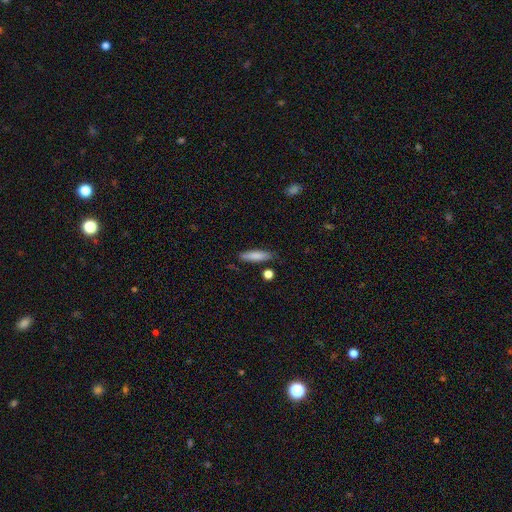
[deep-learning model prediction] smooth 83%, featured or disk 11%, star or artifact 7%. Down the decision tree: how rounded — cigar-shaped (71%); merging — none (81%).